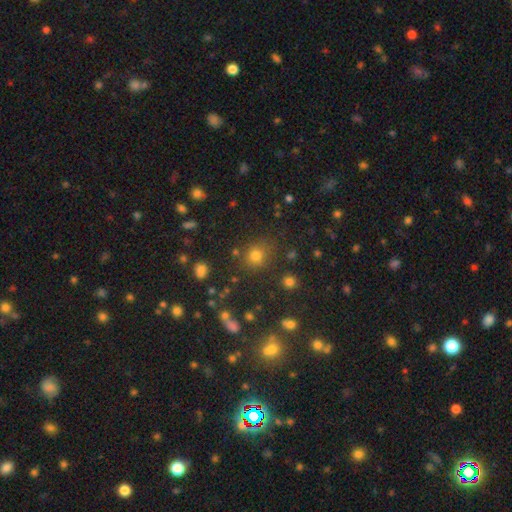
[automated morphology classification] The model was most divided on "smooth or featured": smooth: 69%, star or artifact: 24%, featured or disk: 7%. More confident: how rounded — round (84%); merging — none (81%).